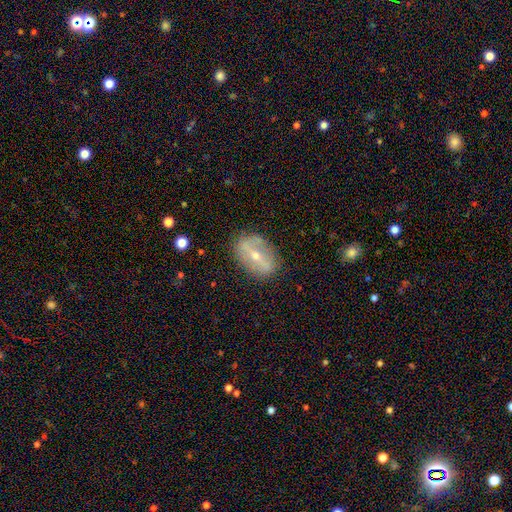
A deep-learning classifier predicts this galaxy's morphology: featured or disk 66%, smooth 27%, star or artifact 7%. Down the decision tree: edge-on disk — no (88%); bar — strong (55%); spiral arms — no (59%); bulge size — small (55%); merging — none (81%).